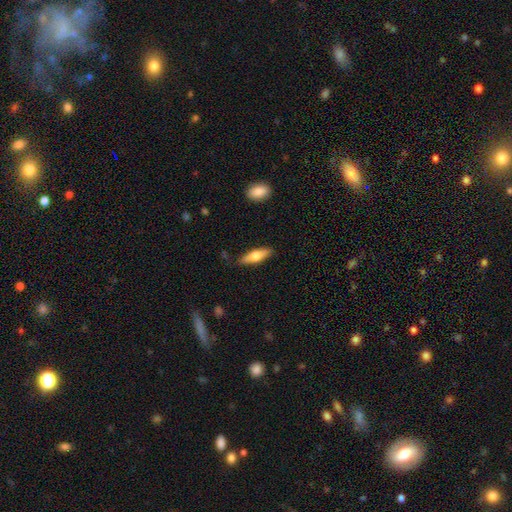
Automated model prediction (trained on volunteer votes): smooth 63%, featured or disk 31%, star or artifact 6%. Down the decision tree: how rounded — cigar-shaped (51%); merging — none (86%).